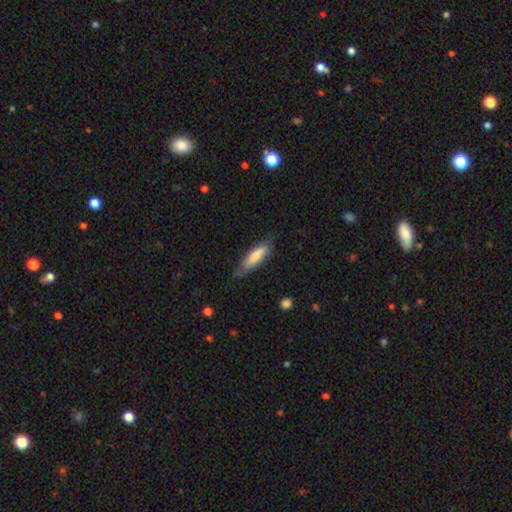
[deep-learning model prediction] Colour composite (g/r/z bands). It shows a smooth galaxy with no disk features (68%) that is cigar-shaped (61%). Merging: none (65%).